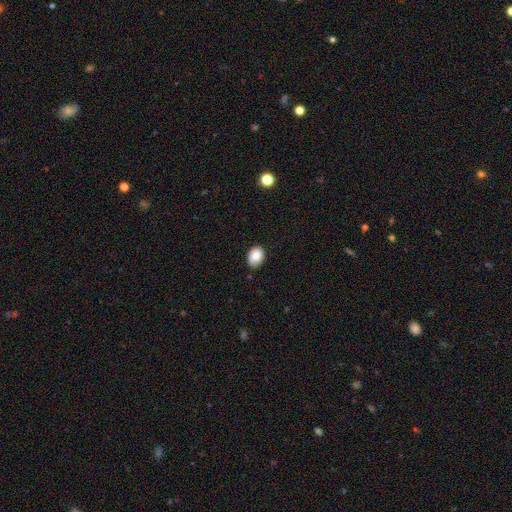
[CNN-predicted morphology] smooth-or-featured: smooth: 87% | star or artifact: 8% | featured or disk: 5%
  how-rounded: in between: 71% | round: 28% | cigar-shaped: 1%
  merging: none: 80% | minor disturbance: 17% | major disturbance: 2% | merger: 1%